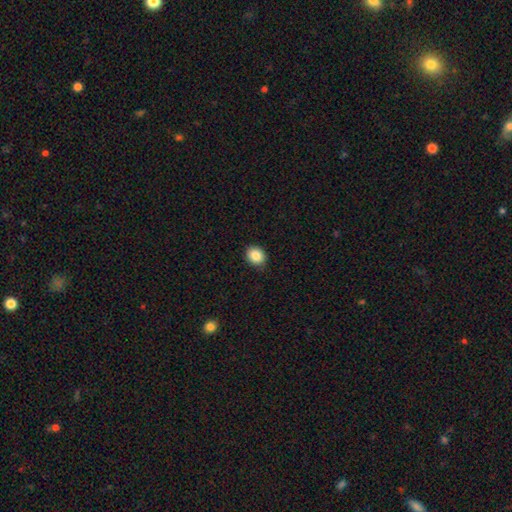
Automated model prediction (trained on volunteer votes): smooth 86%, star or artifact 9%, featured or disk 5%. Down the decision tree: how rounded — round (62%); merging — none (87%).